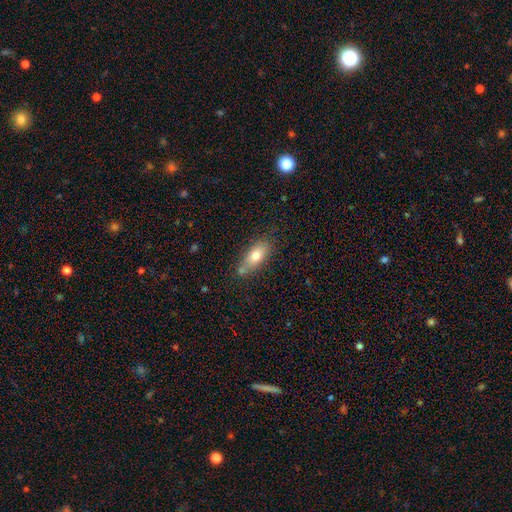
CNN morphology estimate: Overall: smooth (74%). How rounded: in between (78%). Merging: none (62%).